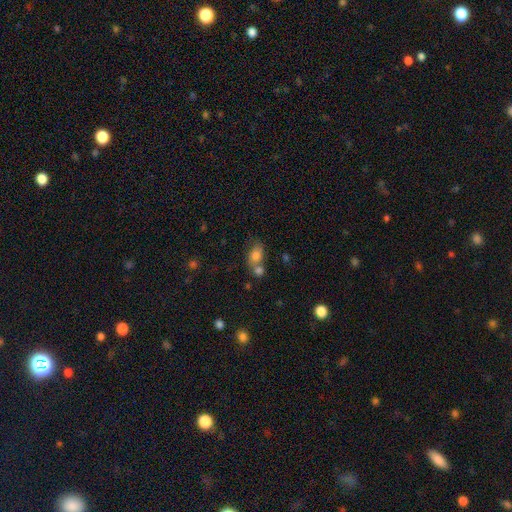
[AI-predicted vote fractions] A smooth galaxy with no disk features (77%) that is in between round and cigar-shaped (72%).

Vote fractions:
- Smooth or featured? smooth: 77% / featured or disk: 13% / star or artifact: 11%
- How rounded? in between: 72% / round: 26% / cigar-shaped: 2%
- Merging? merger: 42% / none: 39% / minor disturbance: 13% / major disturbance: 6%